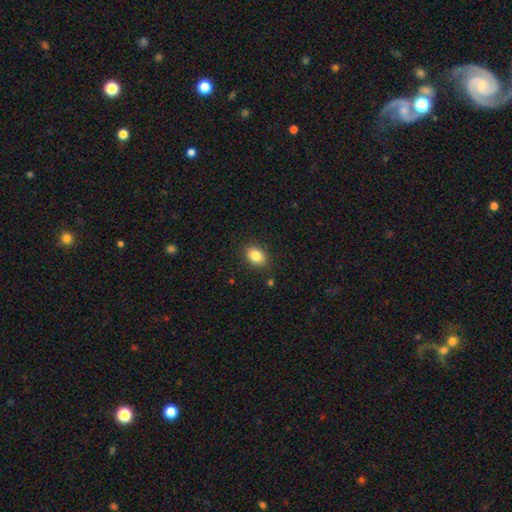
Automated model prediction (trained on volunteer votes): The model was most divided on "how rounded": in between: 79%, round: 20%, cigar-shaped: 1%. More confident: merging — none (87%); smooth or featured — smooth (85%).